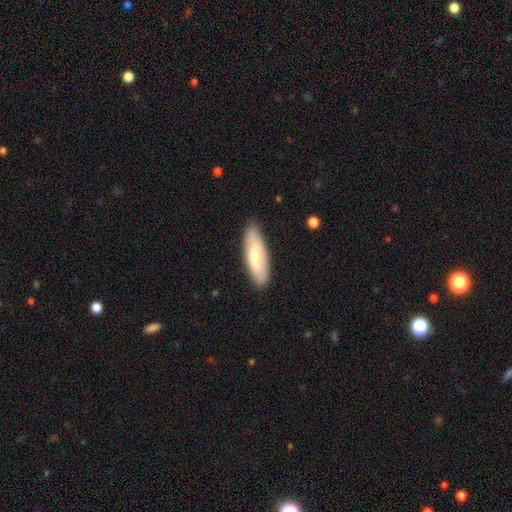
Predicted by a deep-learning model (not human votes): A smooth galaxy with no disk features (65%) that is in between round and cigar-shaped (54%).

Vote fractions:
- Smooth or featured? smooth: 65% / featured or disk: 30% / star or artifact: 6%
- How rounded? in between: 54% / cigar-shaped: 45% / round: 2%
- Merging? none: 85% / minor disturbance: 11% / major disturbance: 2% / merger: 1%